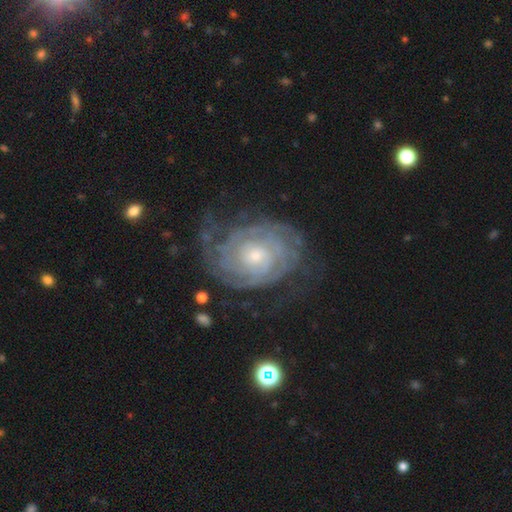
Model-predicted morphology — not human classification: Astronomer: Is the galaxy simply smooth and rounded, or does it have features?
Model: featured or disk — 89%.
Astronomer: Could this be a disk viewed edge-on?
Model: no — 97%.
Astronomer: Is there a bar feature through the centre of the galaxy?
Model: no — 75%.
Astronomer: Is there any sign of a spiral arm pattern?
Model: yes — 97%.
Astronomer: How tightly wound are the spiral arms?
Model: tight — 81%.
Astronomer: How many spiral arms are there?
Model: can't tell — 33% (runner-up: 2, 25%).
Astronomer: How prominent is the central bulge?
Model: small — 60%.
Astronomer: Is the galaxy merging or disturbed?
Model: none — 70%.